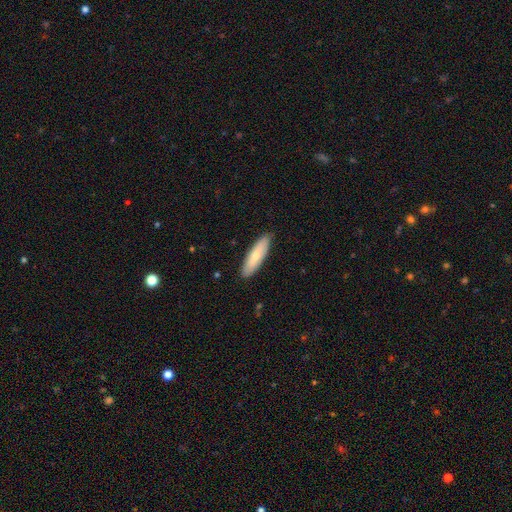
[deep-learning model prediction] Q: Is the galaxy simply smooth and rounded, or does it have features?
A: smooth — 69%.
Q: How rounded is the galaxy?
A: cigar-shaped — 59%.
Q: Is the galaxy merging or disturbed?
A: none — 88%.